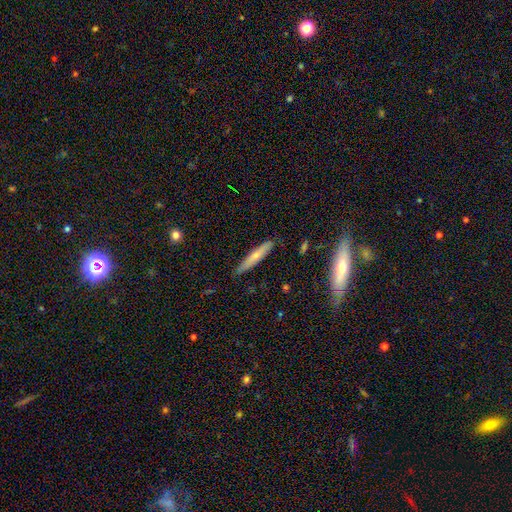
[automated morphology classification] Smooth or featured: smooth — 60% (featured or disk — 34%)
How rounded: cigar-shaped — 92% (in between — 7%)
Merging: none — 86% (minor disturbance — 11%)